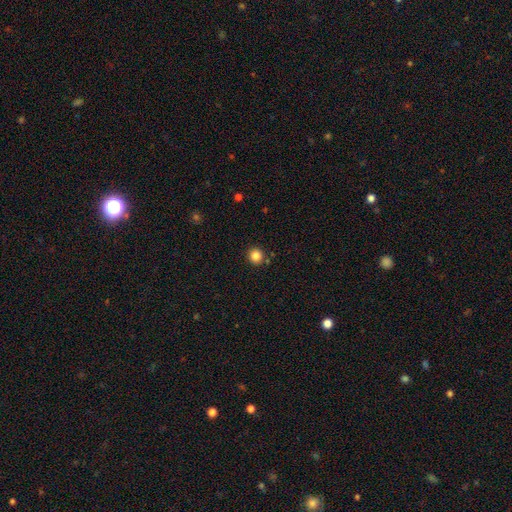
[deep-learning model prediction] A smooth galaxy with no disk features (85%) that is round (93%). Merging: none (89%).